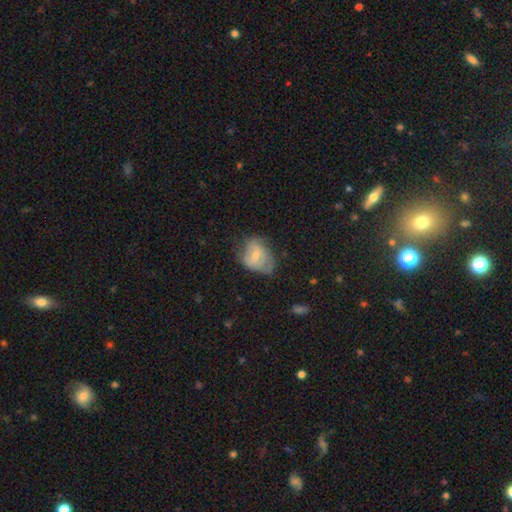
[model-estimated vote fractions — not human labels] smooth_or_featured: smooth (p=0.54) [alt: featured or disk p=0.39]
how_rounded: in between (p=0.61) [alt: round p=0.38]
merging: none (p=0.42) [alt: minor disturbance p=0.37]